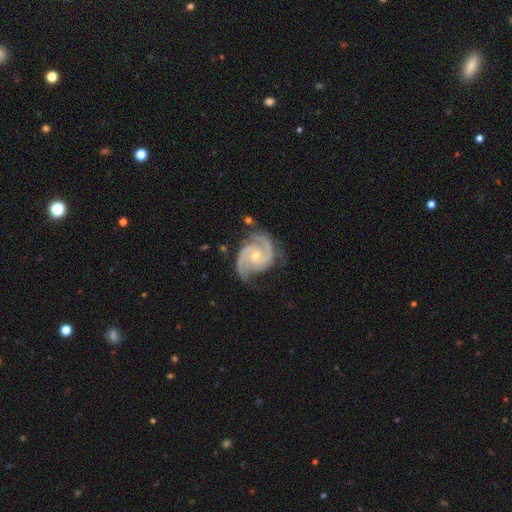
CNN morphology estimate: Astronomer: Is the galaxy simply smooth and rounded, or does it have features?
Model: featured or disk — 93%.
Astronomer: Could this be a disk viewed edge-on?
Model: no — 98%.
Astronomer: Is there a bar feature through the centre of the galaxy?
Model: no — 62%.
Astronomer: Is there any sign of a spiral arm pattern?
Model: yes — 99%.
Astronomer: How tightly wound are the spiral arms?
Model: tight — 47%, tied with medium at 47%.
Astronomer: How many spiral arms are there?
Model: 2 — 73%.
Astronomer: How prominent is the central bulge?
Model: small — 55% (runner-up: moderate, 42%).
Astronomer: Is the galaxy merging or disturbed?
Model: none — 68%.